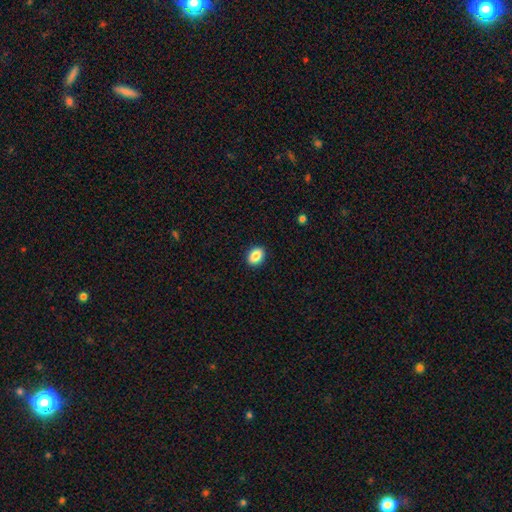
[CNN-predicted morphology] smooth_or_featured: smooth (p=0.87) [alt: star or artifact p=0.08]
how_rounded: in between (p=0.74) [alt: round p=0.25]
merging: none (p=0.91) [alt: minor disturbance p=0.07]